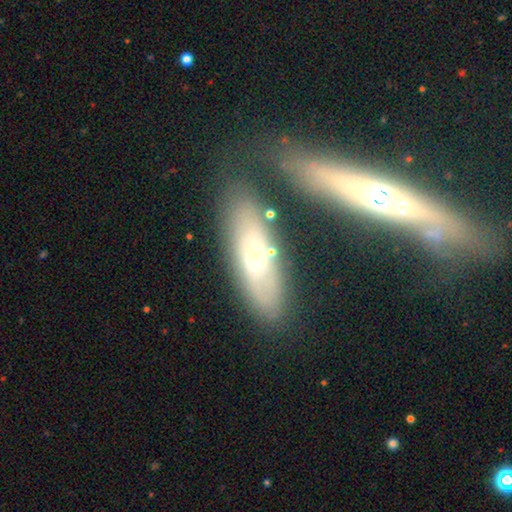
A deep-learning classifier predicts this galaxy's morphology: This appears to be a smooth galaxy with no disk features (51%) that is cigar-shaped (49%, tied with in between). Merging: none (67%).